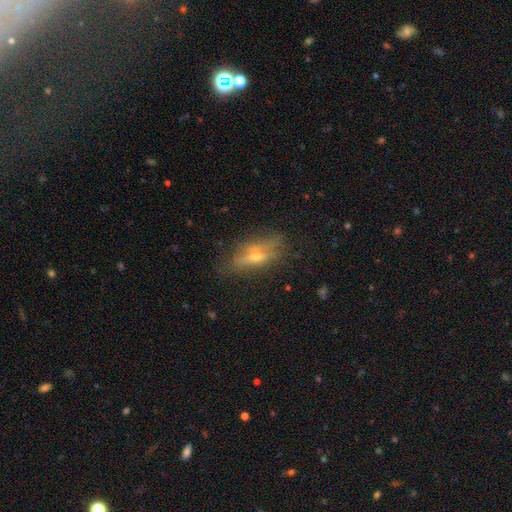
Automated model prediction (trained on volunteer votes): Smooth or featured? Predicted: featured or disk (p=0.52). Edge-on disk? Predicted: yes (p=0.74). Merging? Predicted: none (p=0.70).